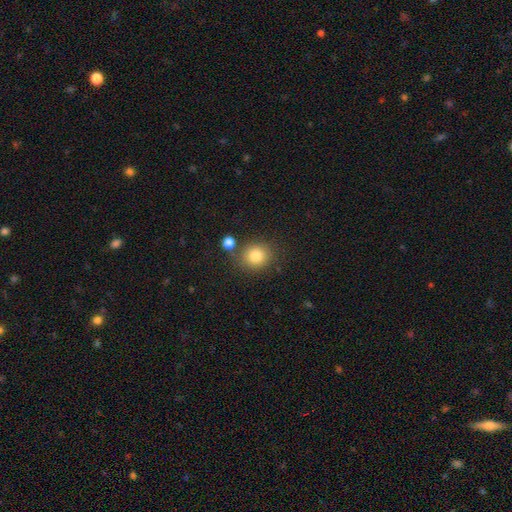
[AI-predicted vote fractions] smooth 82%, star or artifact 11%, featured or disk 7%. Down the decision tree: how rounded — round (81%); merging — none (75%).